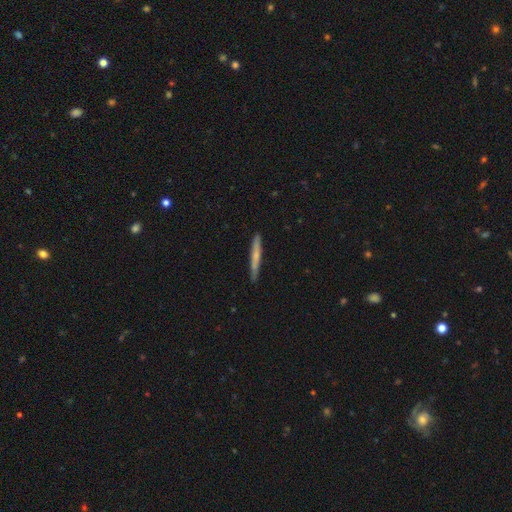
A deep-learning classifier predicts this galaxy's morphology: Smooth or featured? smooth (56%)
How rounded? cigar-shaped (96%)
Merging? none (88%)